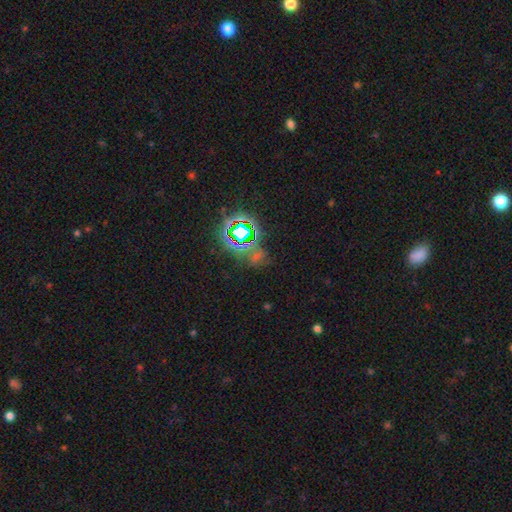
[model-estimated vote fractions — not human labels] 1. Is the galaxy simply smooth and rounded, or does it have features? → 73% star or artifact, 17% smooth, 10% featured or disk.